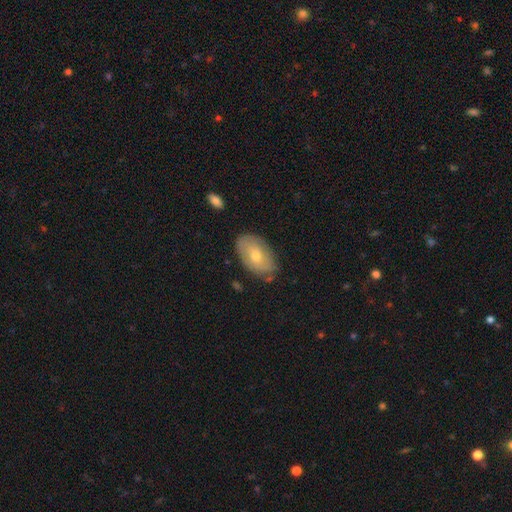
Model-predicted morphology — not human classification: smooth-or-featured: smooth: 58% | featured or disk: 34% | star or artifact: 7%
  how-rounded: in between: 92% | round: 7% | cigar-shaped: 2%
  merging: none: 78% | minor disturbance: 17% | major disturbance: 3% | merger: 2%